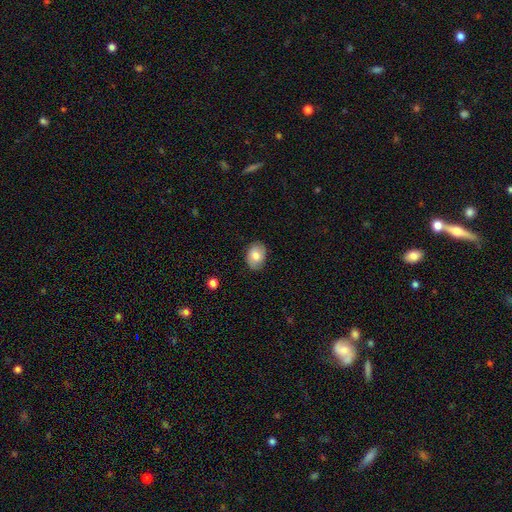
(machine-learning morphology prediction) type=smooth (74%); roundness=in between (78%); merging=none (83%).